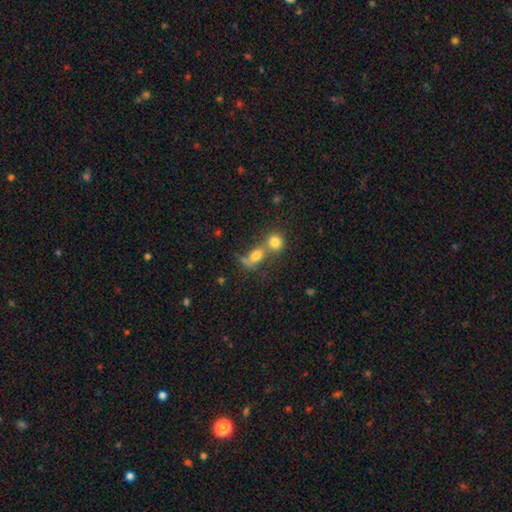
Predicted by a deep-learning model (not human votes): Q: Smooth or featured?
A: smooth (70%); runner-up: featured or disk (17%)
Q: How rounded?
A: in between (65%); runner-up: round (28%)
Q: Merging?
A: merger (53%); runner-up: none (26%)